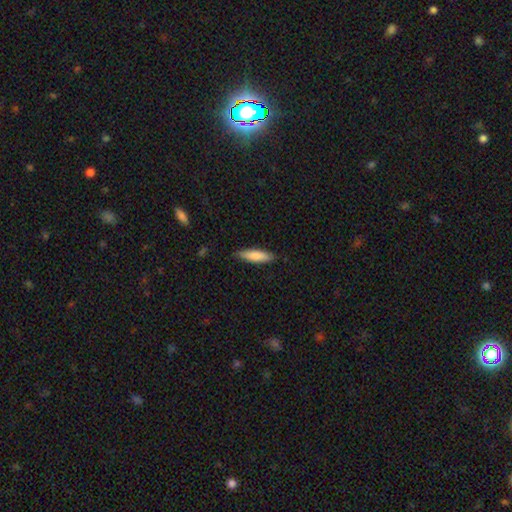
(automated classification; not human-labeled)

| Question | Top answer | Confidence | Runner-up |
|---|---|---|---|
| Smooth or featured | smooth | 83% | featured or disk (12%) |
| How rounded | cigar-shaped | 66% | in between (33%) |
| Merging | none | 83% | minor disturbance (13%) |